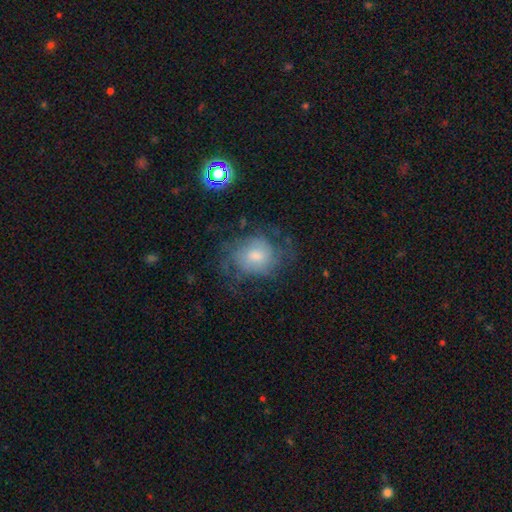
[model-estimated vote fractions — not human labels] Smooth or featured? Predicted: featured or disk (p=0.62). Edge-on disk? Predicted: no (p=0.97). Bar? Predicted: no (p=0.61). Spiral arms? Predicted: yes (p=0.84). Spiral winding? Predicted: medium (p=0.41, tied with tight). Spiral arm count? Predicted: can't tell (p=0.44). Bulge size? Predicted: moderate (p=0.49). Merging? Predicted: none (p=0.59).